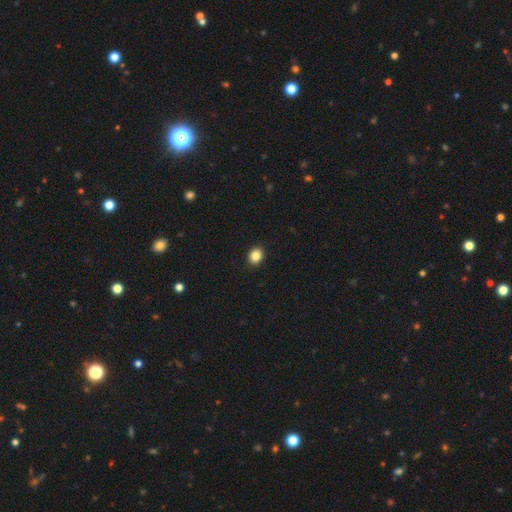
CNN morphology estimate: Smooth or featured: smooth — 86% (star or artifact — 10%)
How rounded: round — 65% (in between — 34%)
Merging: none — 92% (minor disturbance — 6%)